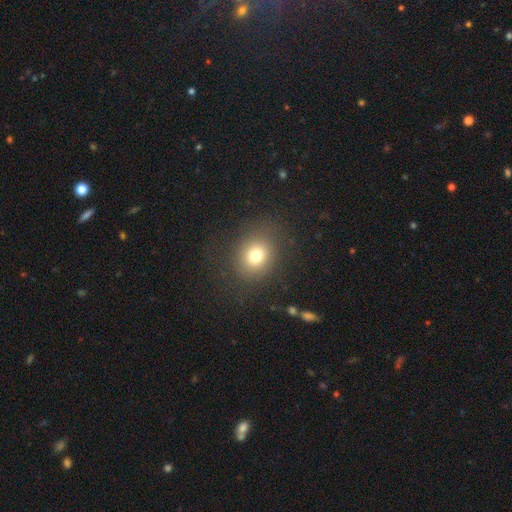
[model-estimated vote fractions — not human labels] Q: Smooth or featured?
A: smooth (75%); runner-up: star or artifact (15%)
Q: How rounded?
A: round (72%); runner-up: in between (27%)
Q: Merging?
A: none (82%); runner-up: minor disturbance (10%)